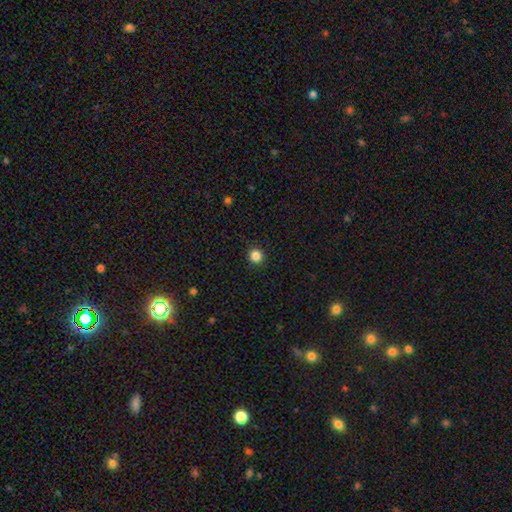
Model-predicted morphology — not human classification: smooth-or-featured: smooth: 84% | star or artifact: 12% | featured or disk: 4%
  how-rounded: round: 94% | in between: 5% | cigar-shaped: 1%
  merging: none: 93% | minor disturbance: 5% | major disturbance: 2% | merger: 1%